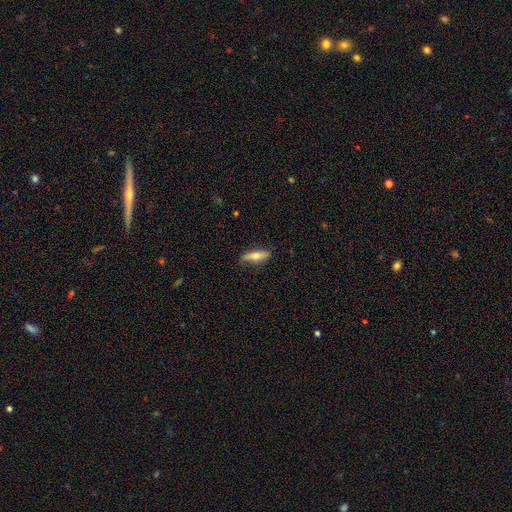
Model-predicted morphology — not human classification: Smooth or featured? Predicted: smooth (p=0.61). How rounded? Predicted: cigar-shaped (p=0.56). Merging? Predicted: none (p=0.80).